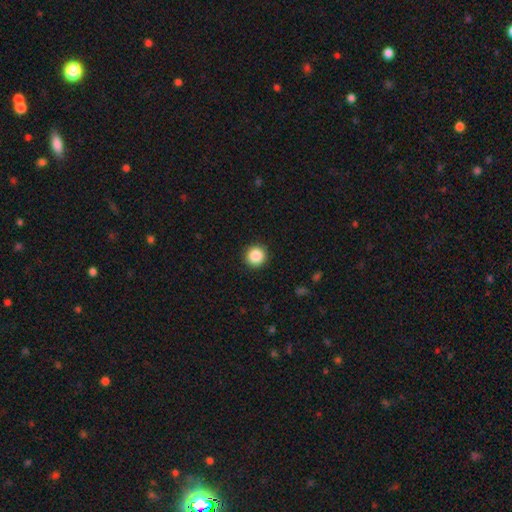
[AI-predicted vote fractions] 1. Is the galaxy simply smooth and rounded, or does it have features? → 87% smooth, 9% star or artifact, 4% featured or disk.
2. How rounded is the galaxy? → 95% round, 4% in between, 1% cigar-shaped.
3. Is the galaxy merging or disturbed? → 93% none, 5% minor disturbance, 2% major disturbance, 1% merger.